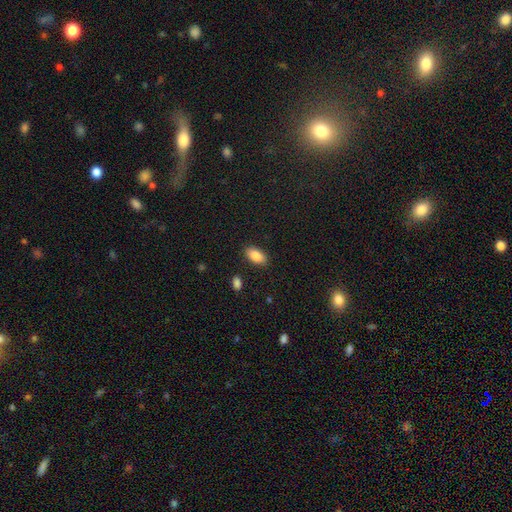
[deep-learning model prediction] Q: Smooth or featured?
A: smooth (86%); runner-up: star or artifact (7%)
Q: How rounded?
A: in between (93%); runner-up: round (4%)
Q: Merging?
A: none (86%); runner-up: minor disturbance (9%)